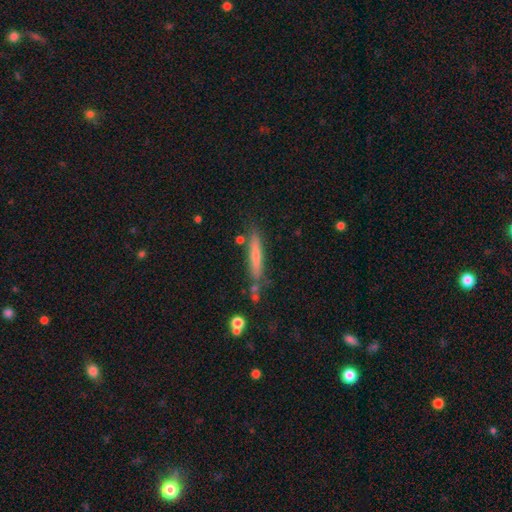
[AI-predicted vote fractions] Morphology: type=smooth (54%); roundness=cigar-shaped (92%); merging=none (76%).